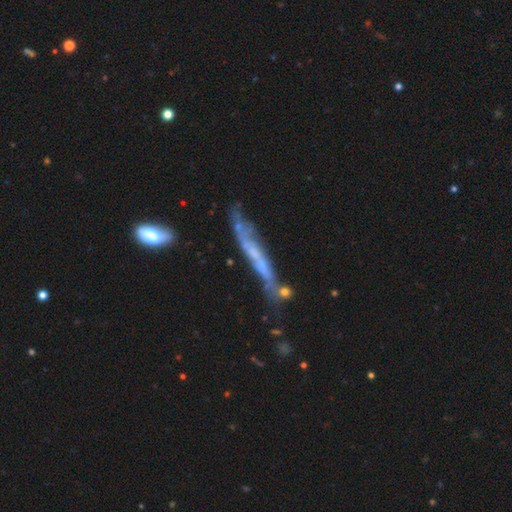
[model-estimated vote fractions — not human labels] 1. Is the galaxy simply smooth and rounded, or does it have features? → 65% featured or disk, 26% smooth, 10% star or artifact.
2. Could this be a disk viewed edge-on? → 69% yes, 31% no.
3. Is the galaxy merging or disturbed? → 56% none, 25% minor disturbance, 11% major disturbance, 8% merger.